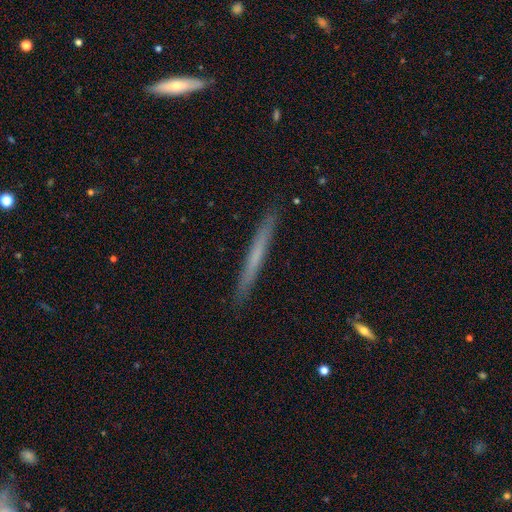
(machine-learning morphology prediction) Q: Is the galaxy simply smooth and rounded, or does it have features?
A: smooth — 54%.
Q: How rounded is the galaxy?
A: cigar-shaped — 97%.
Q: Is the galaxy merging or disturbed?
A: none — 91%.